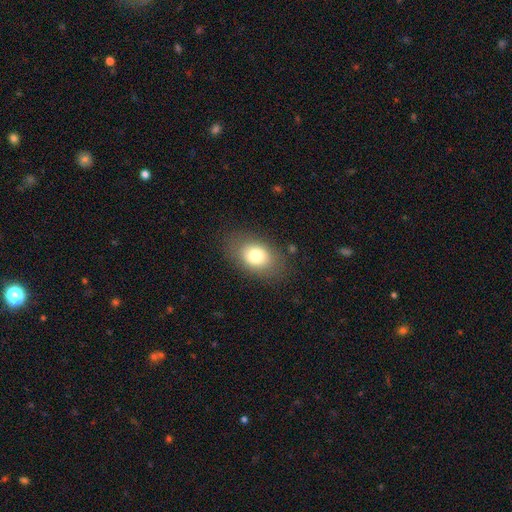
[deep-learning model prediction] smooth_or_featured: smooth (p=0.75) [alt: featured or disk p=0.15]
how_rounded: in between (p=0.76) [alt: round p=0.23]
merging: none (p=0.81) [alt: minor disturbance p=0.12]